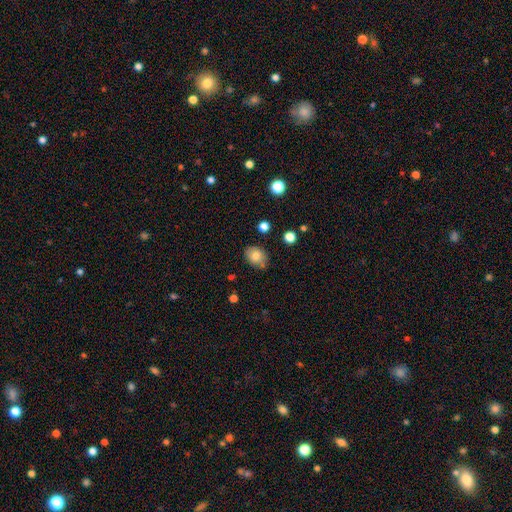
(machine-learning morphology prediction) smooth 79%, featured or disk 11%, star or artifact 10%. Down the decision tree: how rounded — in between (55%); merging — none (76%).